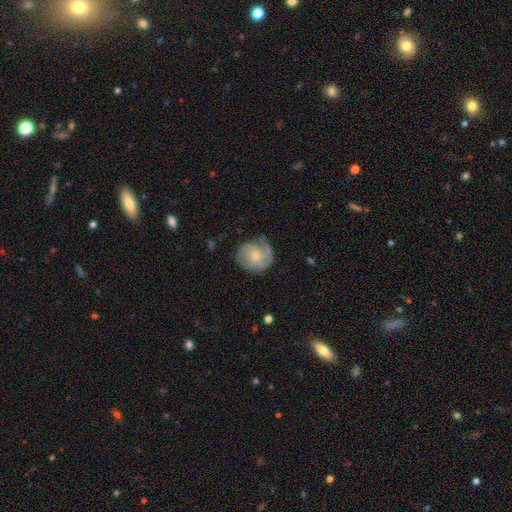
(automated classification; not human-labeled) smooth_or_featured: featured or disk (p=0.62) [alt: smooth p=0.32]
disk_edge_on: no (p=0.98) [alt: yes p=0.02]
bar: no (p=0.76) [alt: weak p=0.21]
has_spiral_arms: yes (p=0.85) [alt: no p=0.15]
spiral_winding: tight (p=0.47) [alt: medium p=0.37]
spiral_arm_count: 2 (p=0.41) [alt: can't tell p=0.28]
bulge_size: small (p=0.59) [alt: moderate p=0.36]
merging: none (p=0.61) [alt: minor disturbance p=0.26]